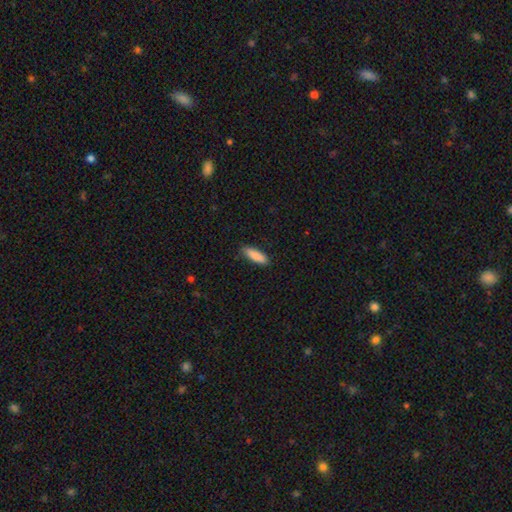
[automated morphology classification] Overall: smooth (88%). How rounded: cigar-shaped (53%; in between 46%). Merging: none (87%).